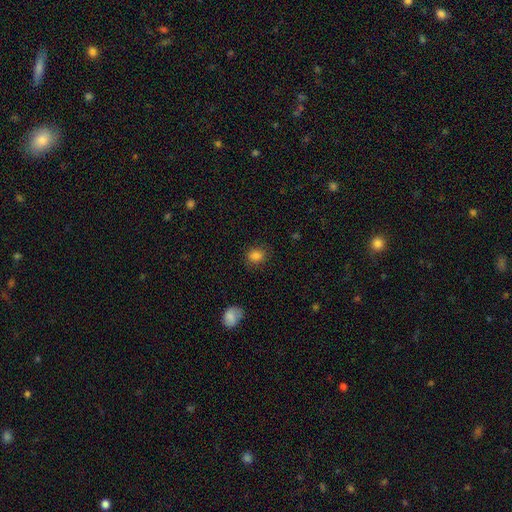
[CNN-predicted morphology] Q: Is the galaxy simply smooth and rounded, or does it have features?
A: smooth — 84%.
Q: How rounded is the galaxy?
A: round — 58%.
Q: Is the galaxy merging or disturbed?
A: none — 84%.